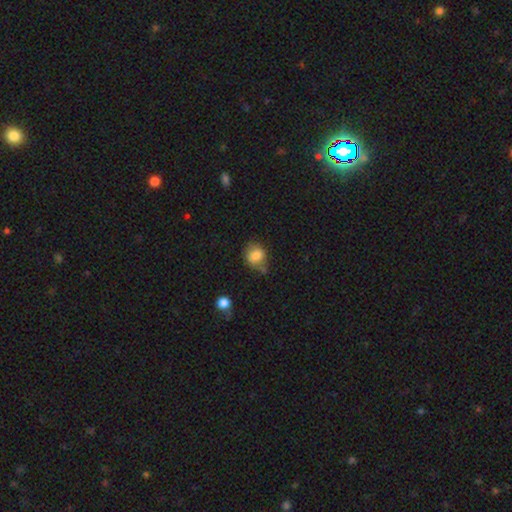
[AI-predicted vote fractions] This is clearly a smooth galaxy (80%). How rounded: possibly round (54%). Merging: possibly none (50%).